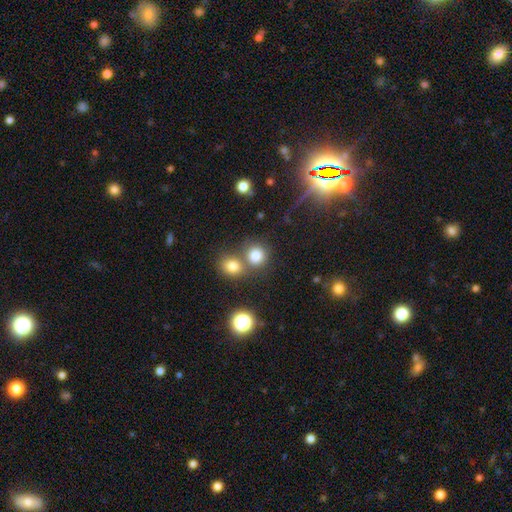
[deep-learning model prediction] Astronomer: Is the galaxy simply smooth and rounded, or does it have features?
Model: smooth — 78%.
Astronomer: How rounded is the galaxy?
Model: round — 84%.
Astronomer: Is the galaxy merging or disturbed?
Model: none — 55% (runner-up: merger, 33%).